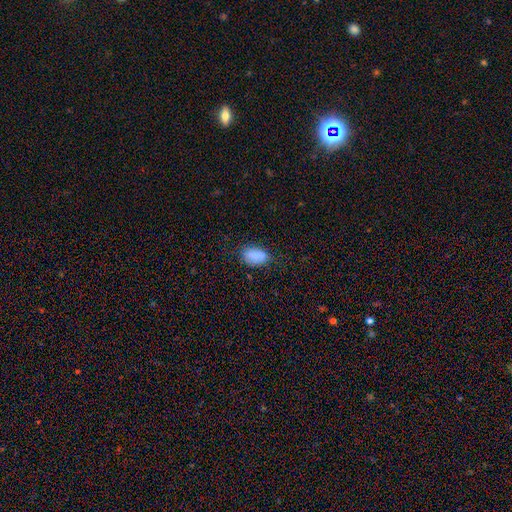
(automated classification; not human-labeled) The model was most divided on "merging": none: 76%, minor disturbance: 18%, major disturbance: 5%, merger: 1%. More confident: how rounded — in between (92%); smooth or featured — smooth (87%).